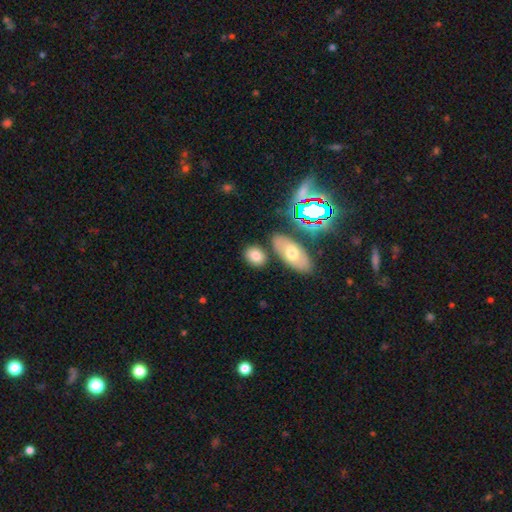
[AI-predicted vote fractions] Q: Smooth or featured?
A: smooth (77%); runner-up: featured or disk (12%)
Q: How rounded?
A: in between (69%); runner-up: round (28%)
Q: Merging?
A: none (74%); runner-up: minor disturbance (12%)